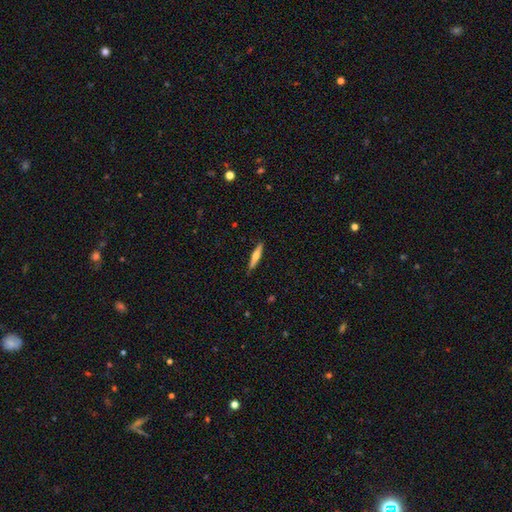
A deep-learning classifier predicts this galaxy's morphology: Smooth or featured: smooth — 48% (featured or disk — 47%)
Merging: none — 90% (minor disturbance — 7%)